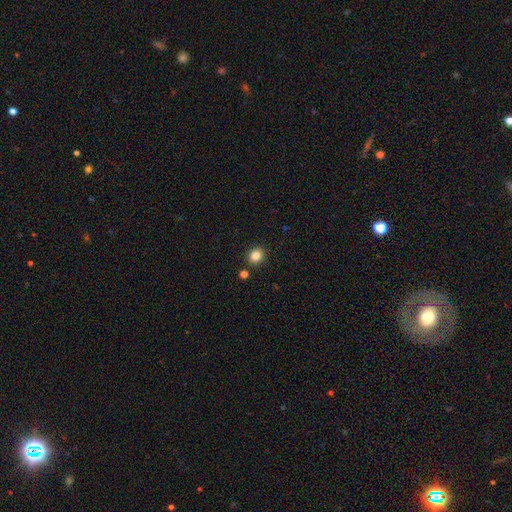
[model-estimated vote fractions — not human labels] Q: Smooth or featured?
A: smooth (83%); runner-up: star or artifact (11%)
Q: How rounded?
A: round (74%); runner-up: in between (25%)
Q: Merging?
A: none (87%); runner-up: minor disturbance (7%)